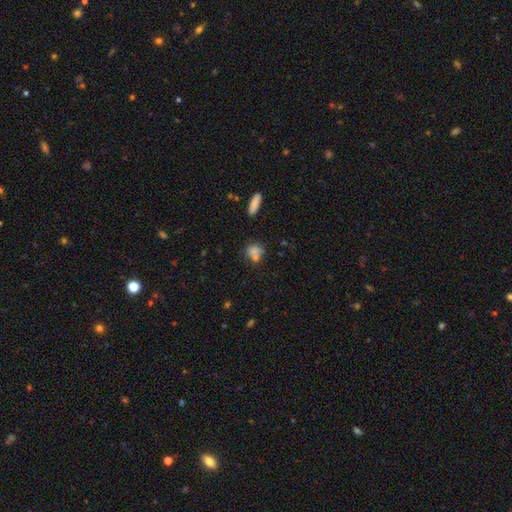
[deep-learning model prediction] Smooth or featured: smooth — 68% (star or artifact — 19%)
How rounded: round — 70% (in between — 26%)
Merging: none — 57% (merger — 27%)